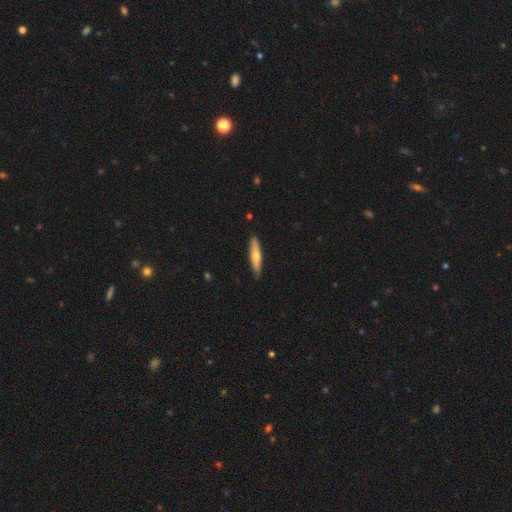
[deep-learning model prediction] Smooth or featured?
  - smooth: 58% *
  - featured or disk: 37%
  - star or artifact: 5%
How rounded?
  - cigar-shaped: 83% *
  - in between: 15%
  - round: 2%
Merging?
  - none: 88% *
  - minor disturbance: 9%
  - major disturbance: 2%
  - merger: 1%